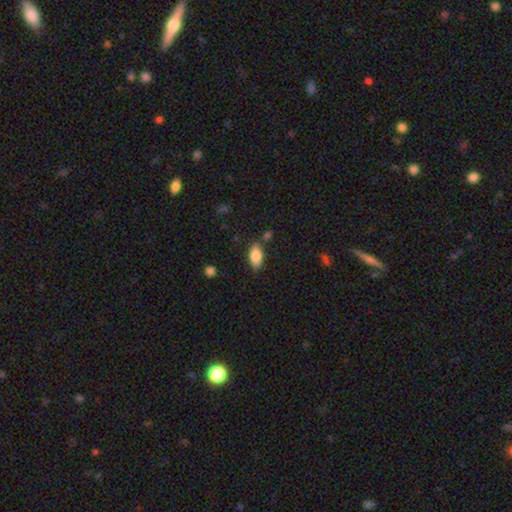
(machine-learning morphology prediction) smooth_or_featured: smooth (p=0.82) [alt: featured or disk p=0.11]
how_rounded: in between (p=0.89) [alt: cigar-shaped p=0.08]
merging: none (p=0.76) [alt: minor disturbance p=0.15]